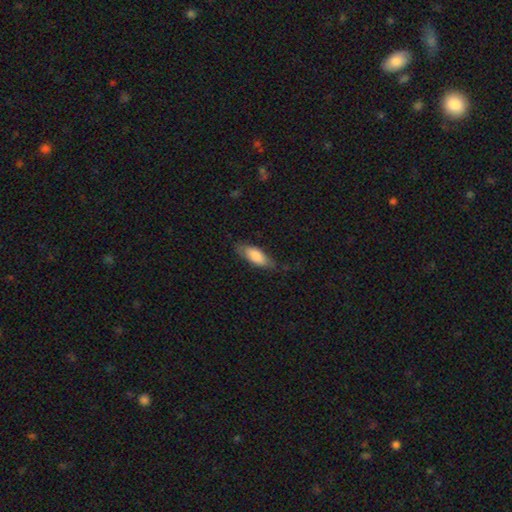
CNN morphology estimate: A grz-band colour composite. It shows a smooth galaxy with no disk features (81%) that is in between round and cigar-shaped (74%). Merging: none (71%).